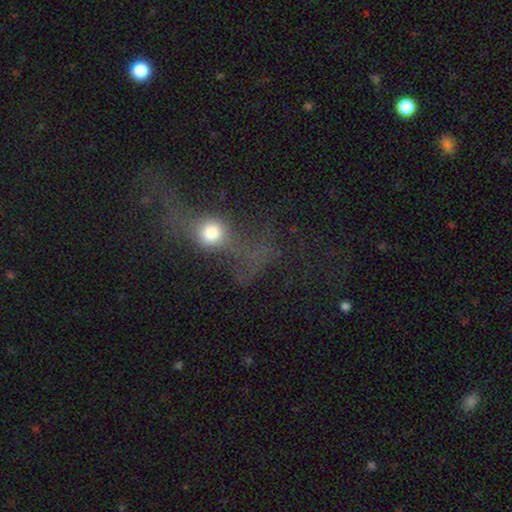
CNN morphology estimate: This is possibly a featured or disk galaxy (46%). Merging: marginally none (42%).